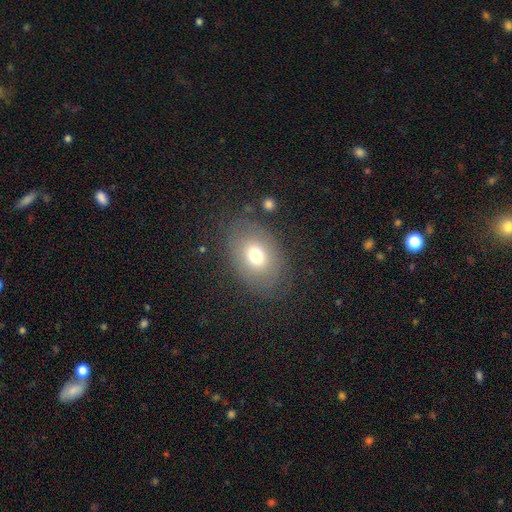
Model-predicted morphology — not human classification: smooth_or_featured: smooth (p=0.65) [alt: featured or disk p=0.23]
how_rounded: in between (p=0.74) [alt: round p=0.24]
merging: none (p=0.76) [alt: minor disturbance p=0.14]